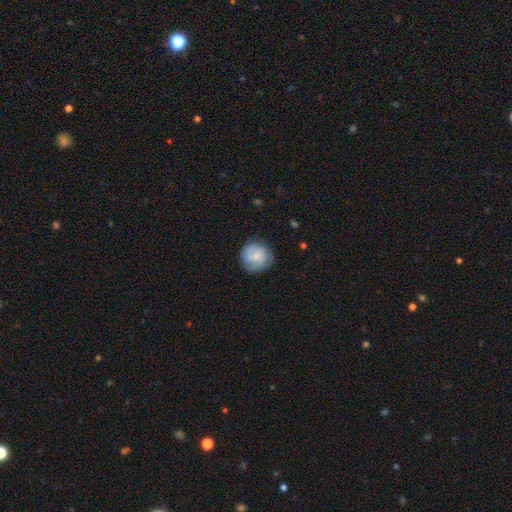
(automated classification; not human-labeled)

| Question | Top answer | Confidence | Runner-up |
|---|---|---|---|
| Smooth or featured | smooth | 49% | featured or disk (43%) |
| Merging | none | 75% | minor disturbance (17%) |